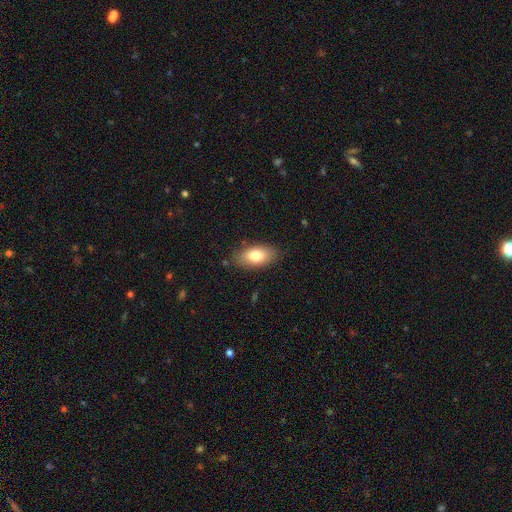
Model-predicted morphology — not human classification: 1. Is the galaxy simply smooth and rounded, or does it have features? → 79% smooth, 13% featured or disk, 7% star or artifact.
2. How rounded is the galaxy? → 90% in between, 5% cigar-shaped, 5% round.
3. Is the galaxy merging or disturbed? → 83% none, 13% minor disturbance, 3% major disturbance, 1% merger.